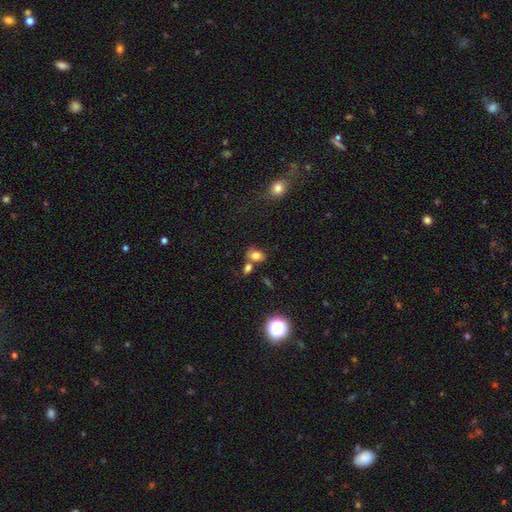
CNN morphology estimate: Q: Smooth or featured?
A: smooth (77%); runner-up: star or artifact (13%)
Q: How rounded?
A: in between (71%); runner-up: round (27%)
Q: Merging?
A: none (55%); runner-up: merger (27%)